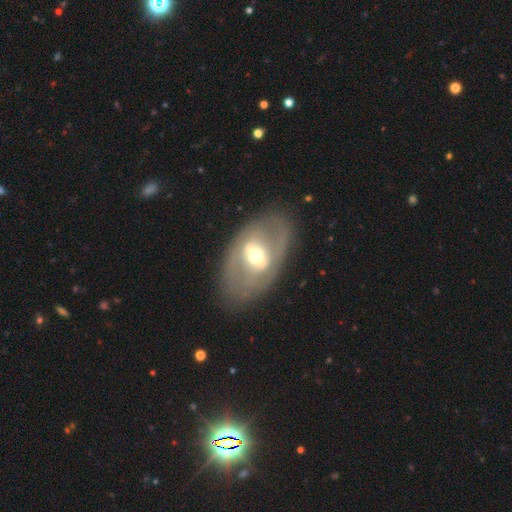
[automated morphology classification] Smooth or featured? Predicted: featured or disk (p=0.67). Edge-on disk? Predicted: no (p=0.90). Bar? Predicted: weak (p=0.38). Spiral arms? Predicted: no (p=0.65). Bulge size? Predicted: moderate (p=0.66). Merging? Predicted: none (p=0.79).